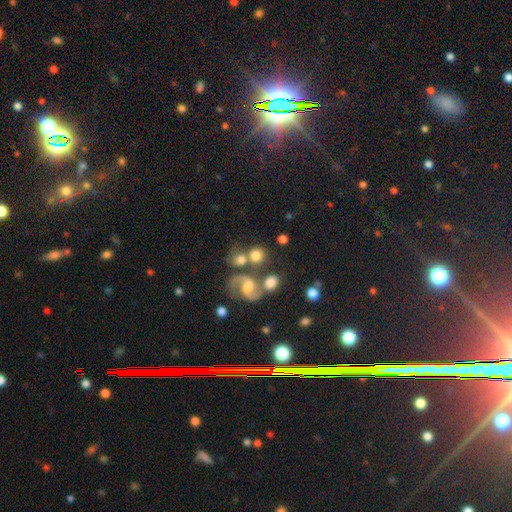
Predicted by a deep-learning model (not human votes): Q: Smooth or featured?
A: smooth (62%); runner-up: featured or disk (28%)
Q: How rounded?
A: round (83%); runner-up: in between (16%)
Q: Merging?
A: none (55%); runner-up: merger (28%)